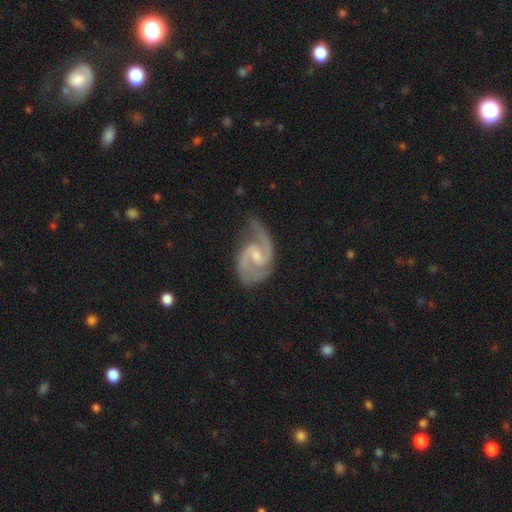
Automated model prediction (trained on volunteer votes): Smooth or featured? Predicted: featured or disk (p=0.92). Edge-on disk? Predicted: no (p=0.98). Bar? Predicted: weak (p=0.58). Spiral arms? Predicted: yes (p=0.98). Spiral winding? Predicted: medium (p=0.62). Spiral arm count? Predicted: 2 (p=0.92). Bulge size? Predicted: small (p=0.51). Merging? Predicted: none (p=0.67).